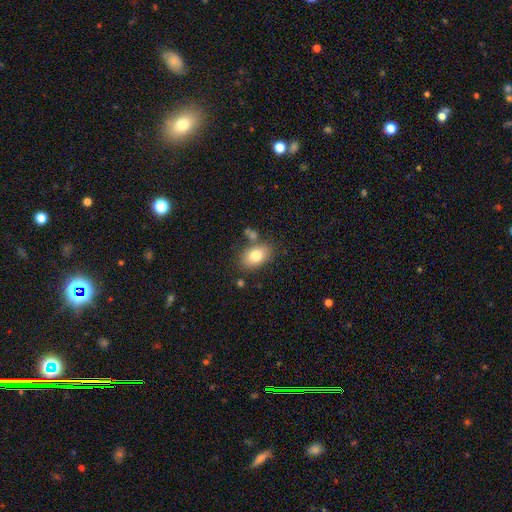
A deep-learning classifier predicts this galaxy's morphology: Overall: smooth (78%). How rounded: in between (85%). Merging: none (73%).